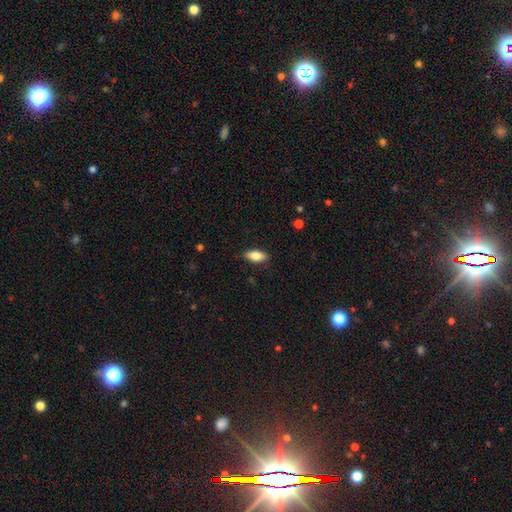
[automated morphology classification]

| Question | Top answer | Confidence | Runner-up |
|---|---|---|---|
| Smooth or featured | smooth | 73% | featured or disk (20%) |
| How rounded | in between | 82% | cigar-shaped (15%) |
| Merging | none | 87% | minor disturbance (10%) |